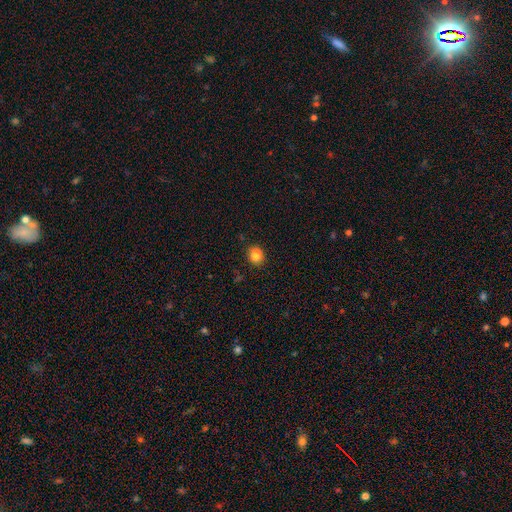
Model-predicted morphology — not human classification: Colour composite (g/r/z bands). It shows a smooth galaxy with no disk features (79%) that is round (73%). Merging: none (67%).